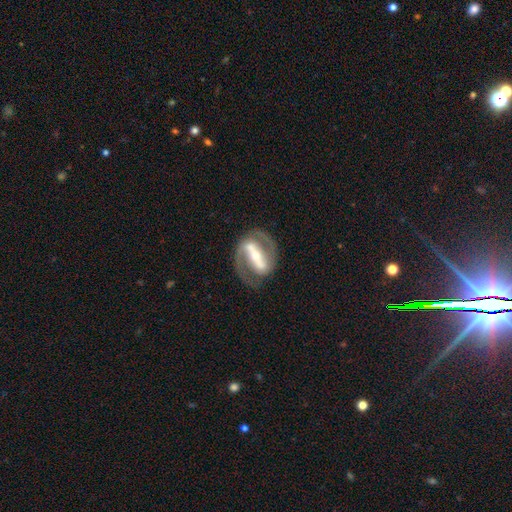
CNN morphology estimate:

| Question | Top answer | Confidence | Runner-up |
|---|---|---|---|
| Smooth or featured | featured or disk | 89% | smooth (7%) |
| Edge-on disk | no | 93% | yes (7%) |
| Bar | strong | 81% | weak (13%) |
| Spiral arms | yes | 90% | no (10%) |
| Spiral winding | medium | 50% | tight (32%) |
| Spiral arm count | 2 | 89% | 1 (4%) |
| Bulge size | small | 50% | moderate (43%) |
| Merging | none | 77% | minor disturbance (13%) |